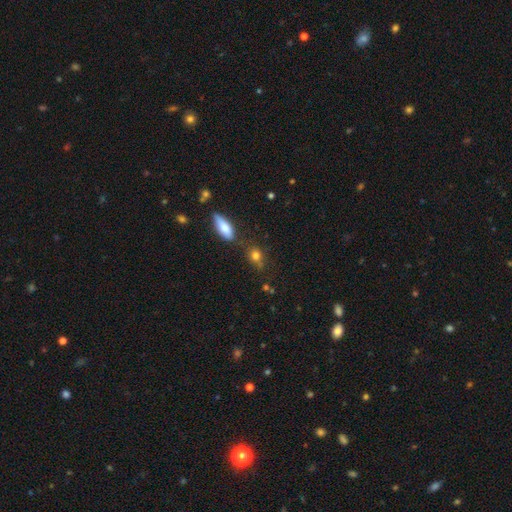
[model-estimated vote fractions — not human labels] A smooth galaxy with no disk features (79%) that is round (47%, tied with in between).

Vote fractions:
- Smooth or featured? smooth: 79% / star or artifact: 12% / featured or disk: 9%
- How rounded? round: 47% (tied) / in between: 47% (tied) / cigar-shaped: 6%
- Merging? none: 67% / minor disturbance: 18% / merger: 10% / major disturbance: 6%